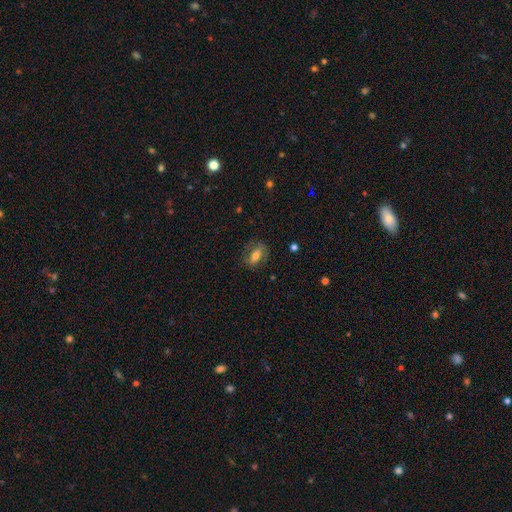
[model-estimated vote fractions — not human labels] The model was most divided on "smooth or featured": smooth: 49%, featured or disk: 43%, star or artifact: 8%. More confident: merging — none (72%).